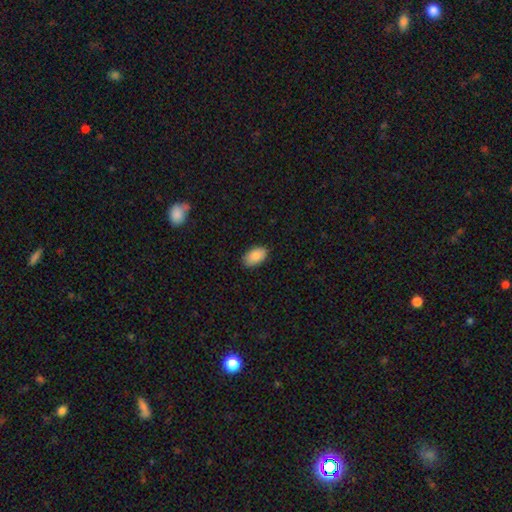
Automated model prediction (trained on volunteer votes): A smooth galaxy with no disk features (89%) that is in between round and cigar-shaped (94%).

Vote fractions:
- Smooth or featured? smooth: 89% / star or artifact: 6% / featured or disk: 4%
- How rounded? in between: 94% / round: 5% / cigar-shaped: 1%
- Merging? none: 87% / minor disturbance: 10% / major disturbance: 2% / merger: 1%